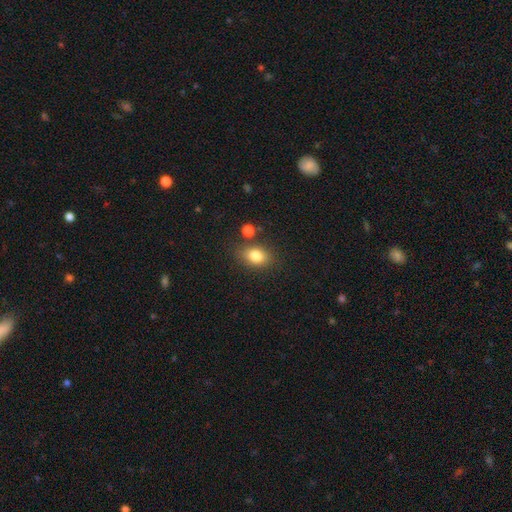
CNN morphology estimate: Q: Smooth or featured?
A: smooth (81%); runner-up: star or artifact (10%)
Q: How rounded?
A: in between (73%); runner-up: round (26%)
Q: Merging?
A: none (75%); runner-up: minor disturbance (13%)